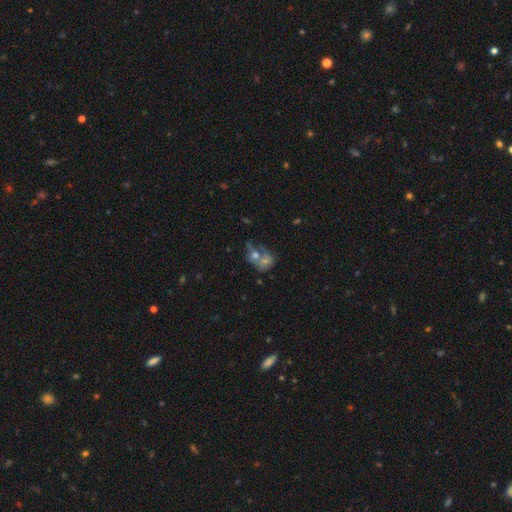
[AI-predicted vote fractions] smooth-or-featured: smooth: 44% | featured or disk: 39% | star or artifact: 17%
  merging: merger: 59% | none: 23% | major disturbance: 10% | minor disturbance: 9%